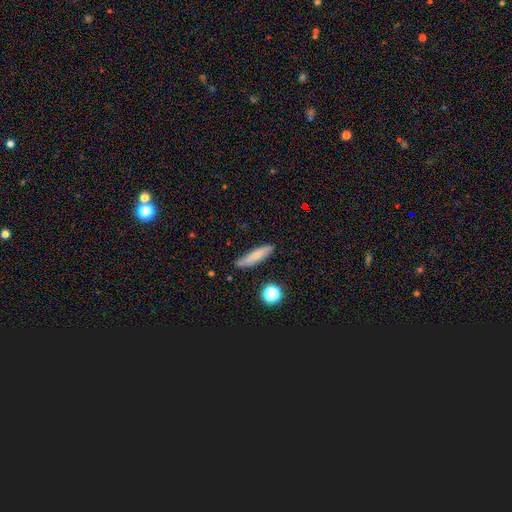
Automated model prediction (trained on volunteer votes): A smooth galaxy with no disk features (67%) that is cigar-shaped (77%).

Vote fractions:
- Smooth or featured? smooth: 67% / featured or disk: 24% / star or artifact: 9%
- How rounded? cigar-shaped: 77% / in between: 20% / round: 3%
- Merging? none: 80% / minor disturbance: 14% / merger: 3% / major disturbance: 3%